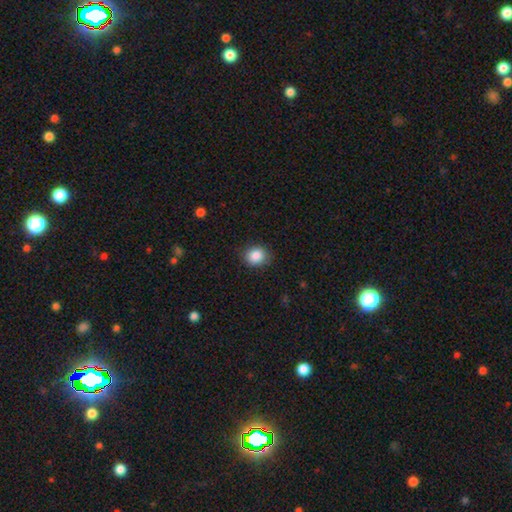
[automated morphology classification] smooth 87%, star or artifact 9%, featured or disk 4%. Down the decision tree: how rounded — round (71%); merging — none (85%).